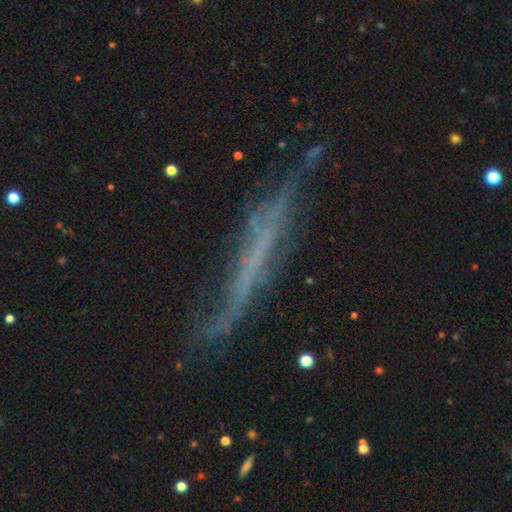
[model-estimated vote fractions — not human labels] Q: Smooth or featured?
A: featured or disk (58%); runner-up: smooth (26%)
Q: Edge-on disk?
A: yes (76%); runner-up: no (24%)
Q: Merging?
A: none (54%); runner-up: minor disturbance (27%)